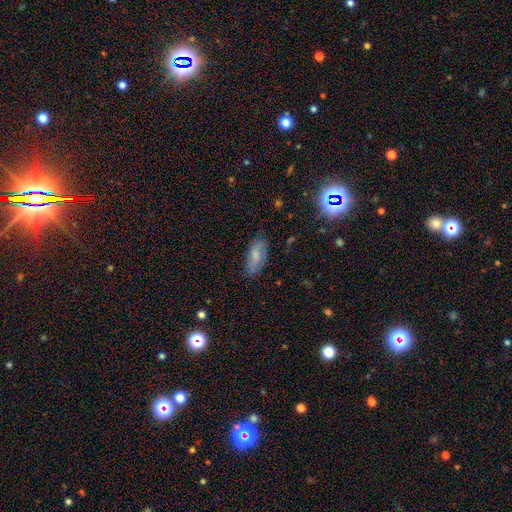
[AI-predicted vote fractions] smooth-or-featured: smooth: 66% | featured or disk: 25% | star or artifact: 9%
  how-rounded: in between: 85% | cigar-shaped: 12% | round: 3%
  merging: none: 74% | minor disturbance: 20% | major disturbance: 5% | merger: 2%